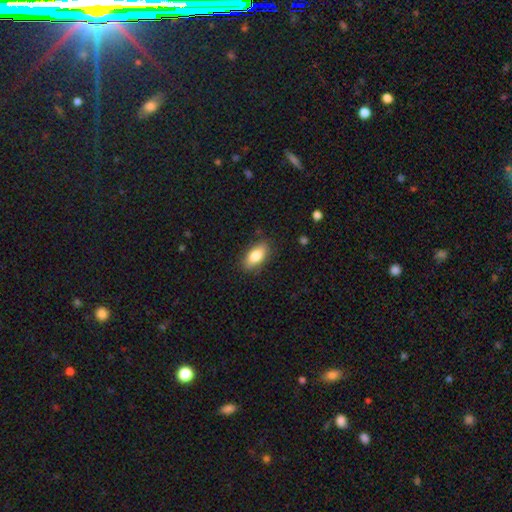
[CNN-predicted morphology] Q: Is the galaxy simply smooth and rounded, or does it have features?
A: smooth — 81%.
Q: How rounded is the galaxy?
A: in between — 88%.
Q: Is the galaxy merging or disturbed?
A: none — 85%.